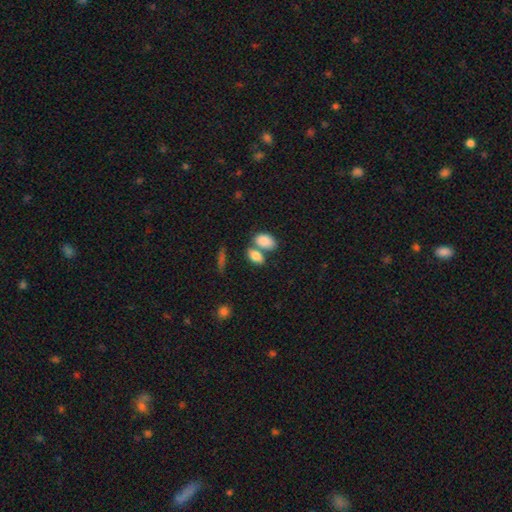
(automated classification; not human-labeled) Morphology: type=smooth (83%); roundness=in between (89%); merging=none (43%).